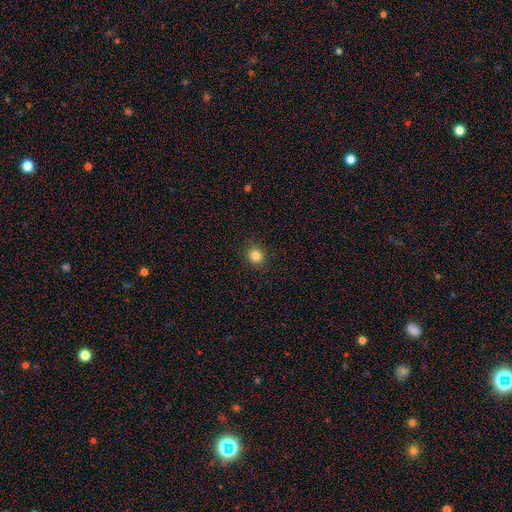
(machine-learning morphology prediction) A smooth galaxy with no disk features (83%) that is round (86%). Merging: none (89%).